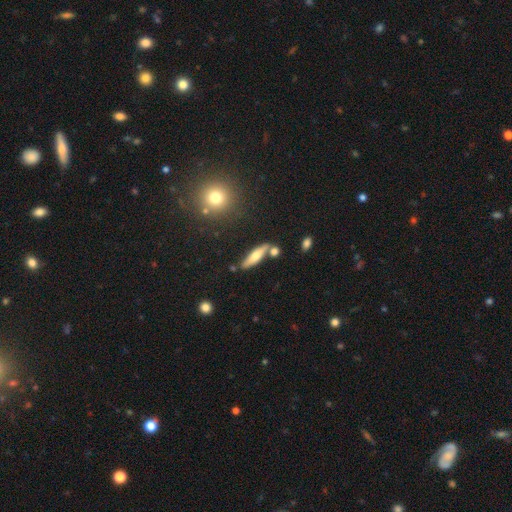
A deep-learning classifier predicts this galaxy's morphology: smooth_or_featured: smooth (p=0.52) [alt: featured or disk p=0.40]
how_rounded: cigar-shaped (p=0.70) [alt: in between p=0.27]
merging: none (p=0.72) [alt: merger p=0.12]